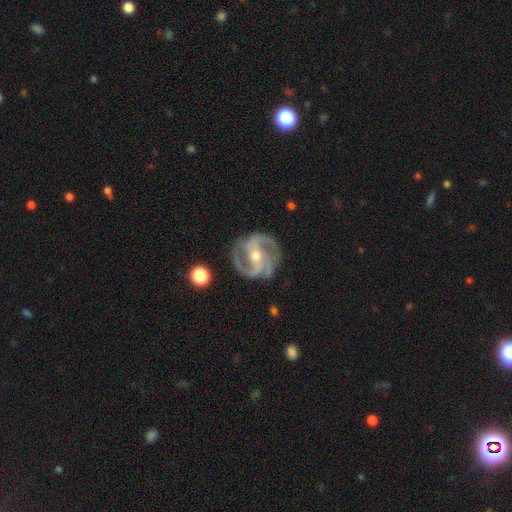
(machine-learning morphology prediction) Smooth or featured?
  - featured or disk: 91% *
  - star or artifact: 5%
  - smooth: 4%
Edge-on disk?
  - no: 98% *
  - yes: 2%
Bar?
  - strong: 39% *
  - weak: 36%
  - no: 25%
Spiral arms?
  - yes: 97% *
  - no: 3%
Spiral winding?
  - medium: 53% *
  - tight: 34%
  - loose: 13%
Spiral arm count?
  - 3: 44% *
  - 2: 37%
  - can't tell: 7%
  - 4: 6%
  - 1: 4%
  - more than 4: 4%
Bulge size?
  - moderate: 56% *
  - small: 41%
  - large: 1%
  - none: 1%
  - dominant: 1%
Merging?
  - none: 79% *
  - minor disturbance: 14%
  - major disturbance: 5%
  - merger: 1%